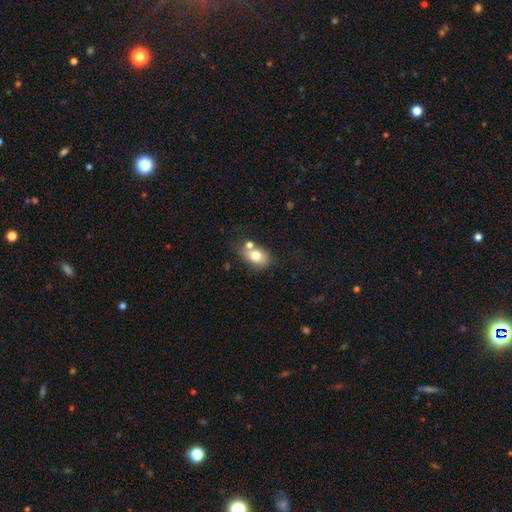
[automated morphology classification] The model was most divided on "merging": none: 46%, merger: 30%, minor disturbance: 18%, major disturbance: 6%. More confident: smooth or featured — smooth (74%); how rounded — in between (71%).